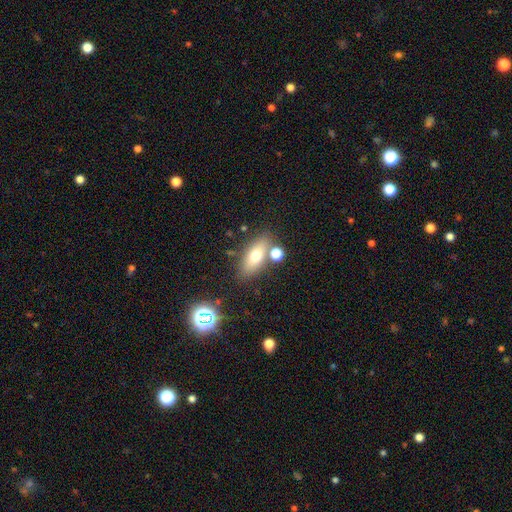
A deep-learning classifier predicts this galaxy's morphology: Q: Smooth or featured?
A: smooth (67%); runner-up: featured or disk (23%)
Q: How rounded?
A: in between (74%); runner-up: cigar-shaped (19%)
Q: Merging?
A: none (71%); runner-up: merger (12%)